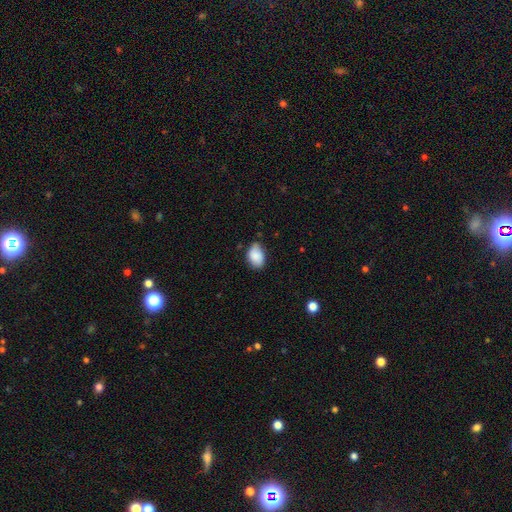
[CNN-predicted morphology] Q: Smooth or featured?
A: smooth (85%); runner-up: featured or disk (8%)
Q: How rounded?
A: in between (84%); runner-up: round (15%)
Q: Merging?
A: none (64%); runner-up: minor disturbance (29%)